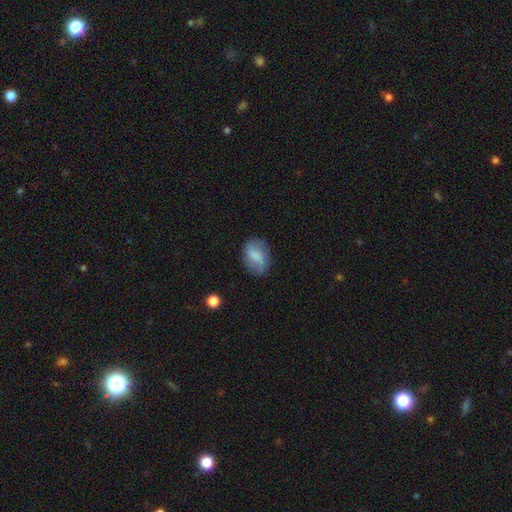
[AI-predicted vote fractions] smooth-or-featured: smooth: 66% | featured or disk: 26% | star or artifact: 8%
  how-rounded: in between: 77% | round: 20% | cigar-shaped: 2%
  merging: none: 70% | minor disturbance: 22% | major disturbance: 7% | merger: 2%